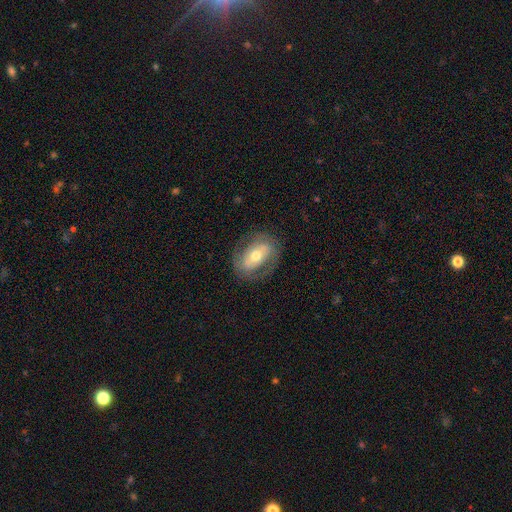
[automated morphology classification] This is possibly a featured or disk galaxy (55%). It is clearly not viewed edge-on (91%). Bar: marginally no (43%). Spiral arm pattern: possibly no (51%). Central bulge: likely moderate (66%). Merging: likely none (77%).